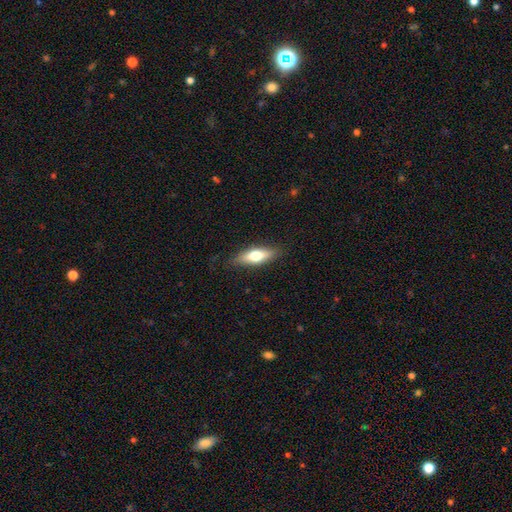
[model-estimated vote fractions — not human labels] Smooth or featured? Predicted: smooth (p=0.59). How rounded? Predicted: in between (p=0.53). Merging? Predicted: none (p=0.85).